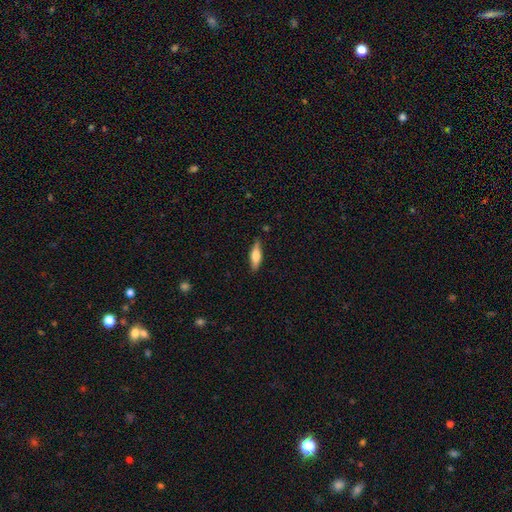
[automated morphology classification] A smooth galaxy with no disk features (59%) that is cigar-shaped (53%). Merging: none (85%).